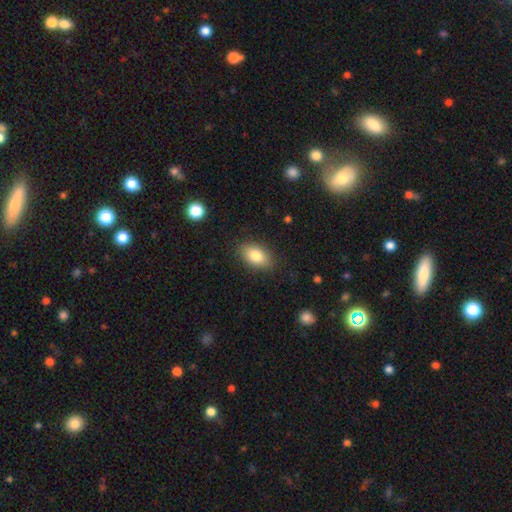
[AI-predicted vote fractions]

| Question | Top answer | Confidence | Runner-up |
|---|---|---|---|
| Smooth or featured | smooth | 81% | featured or disk (11%) |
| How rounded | in between | 89% | round (9%) |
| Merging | none | 86% | minor disturbance (10%) |